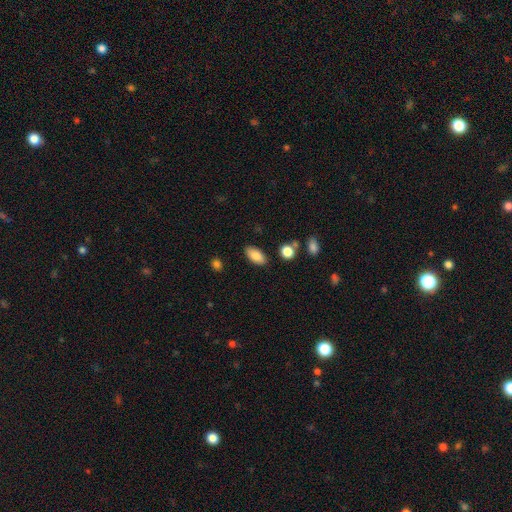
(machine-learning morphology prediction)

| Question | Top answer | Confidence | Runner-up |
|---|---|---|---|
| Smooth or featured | smooth | 85% | star or artifact (8%) |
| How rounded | in between | 91% | cigar-shaped (5%) |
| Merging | none | 86% | minor disturbance (9%) |